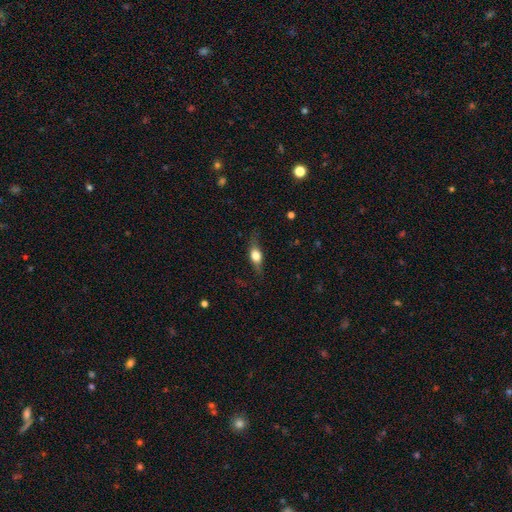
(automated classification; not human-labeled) A smooth galaxy with no disk features (56%) that is in between round and cigar-shaped (61%).

Vote fractions:
- Smooth or featured? smooth: 56% / featured or disk: 36% / star or artifact: 8%
- How rounded? in between: 61% / cigar-shaped: 26% / round: 12%
- Merging? none: 69% / minor disturbance: 21% / major disturbance: 9% / merger: 1%